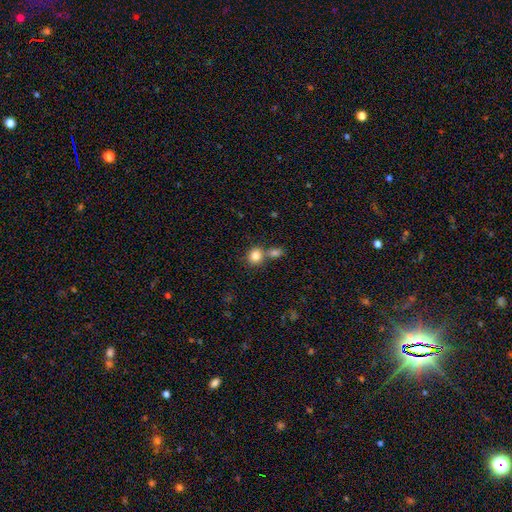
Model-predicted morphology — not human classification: This is clearly a smooth galaxy (83%). How rounded: likely round (78%). Merging: possibly none (54%).